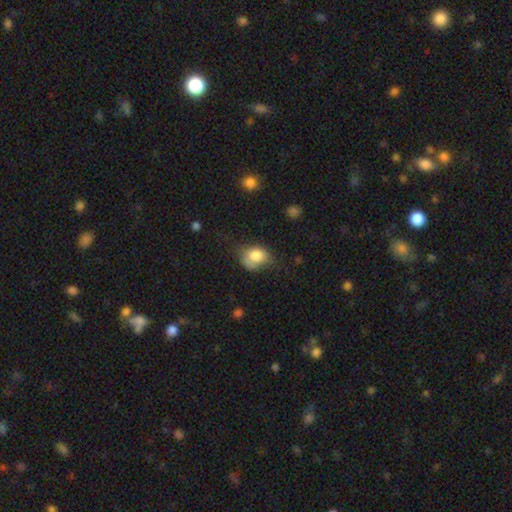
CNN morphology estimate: Smooth or featured? smooth (79%)
How rounded? in between (59%)
Merging? none (41%)